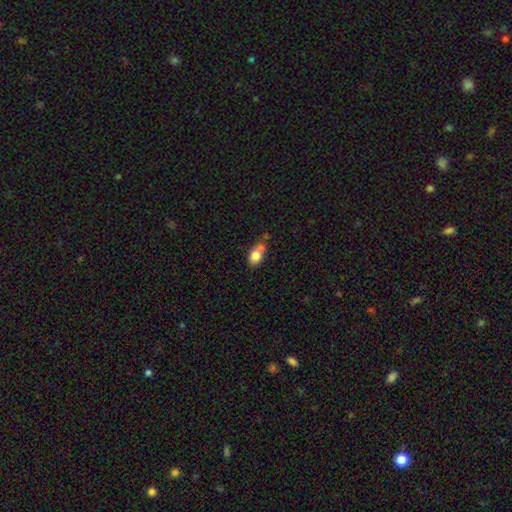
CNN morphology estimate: The model was most divided on "merging": none: 41%, merger: 26%, minor disturbance: 26%, major disturbance: 8%. More confident: smooth or featured — smooth (79%); how rounded — in between (78%).